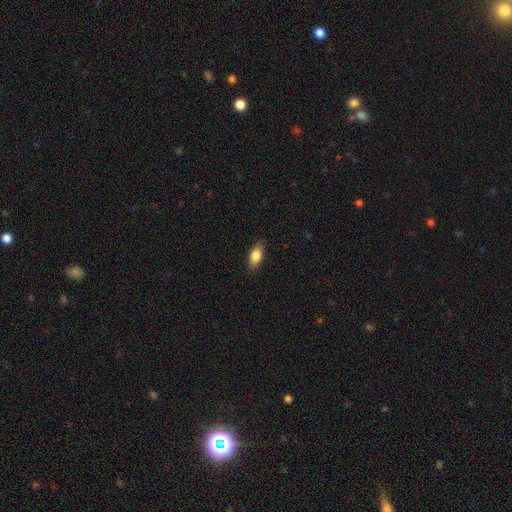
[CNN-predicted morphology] This is clearly a smooth galaxy (81%). How rounded: clearly in between (85%). Merging: clearly none (85%).